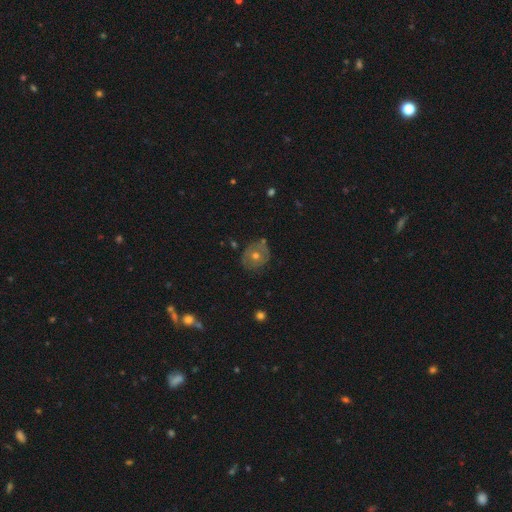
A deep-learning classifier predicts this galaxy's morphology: Overall: featured or disk (52%; smooth 35%). Edge-on disk: no (95%). Merging: none (77%).